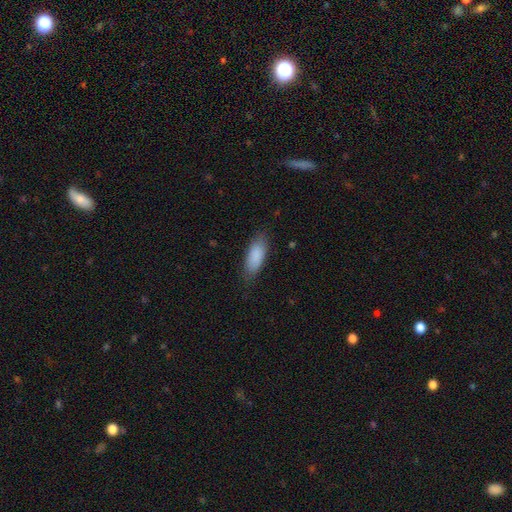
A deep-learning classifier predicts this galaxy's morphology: smooth 88%, featured or disk 6%, star or artifact 6%. Down the decision tree: how rounded — in between (80%); merging — none (80%).